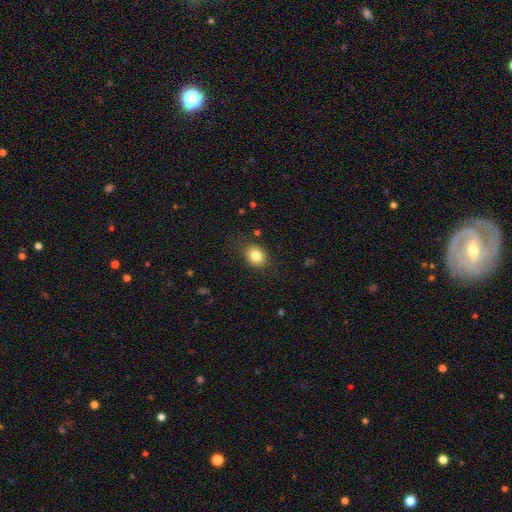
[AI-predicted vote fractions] smooth-or-featured: smooth: 83% | star or artifact: 10% | featured or disk: 7%
  how-rounded: round: 55% | in between: 45% | cigar-shaped: 1%
  merging: none: 82% | minor disturbance: 13% | major disturbance: 4% | merger: 1%